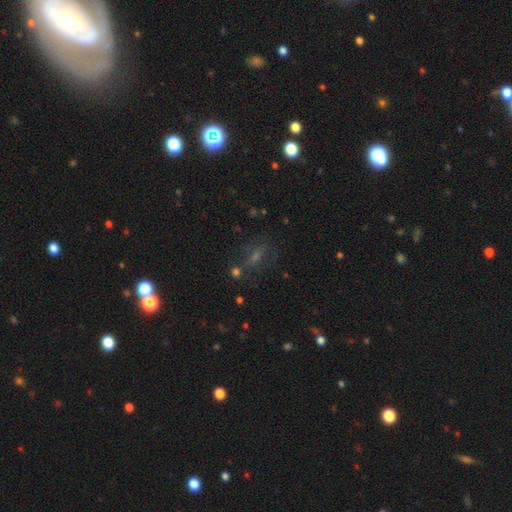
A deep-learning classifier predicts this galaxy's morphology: This is marginally a star or artifact rather than a galaxy (42%).